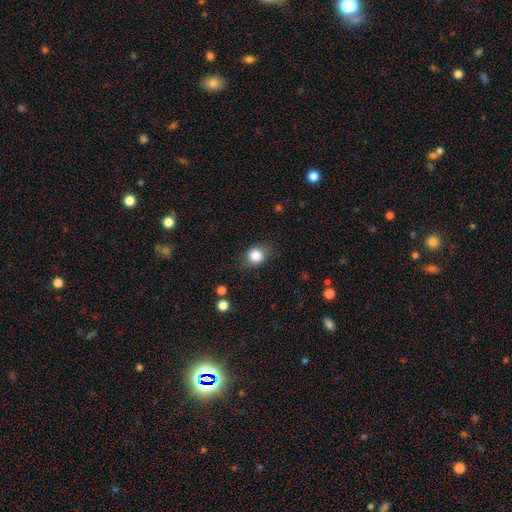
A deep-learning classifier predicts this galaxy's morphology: Smooth or featured? smooth (84%)
How rounded? round (74%)
Merging? none (79%)